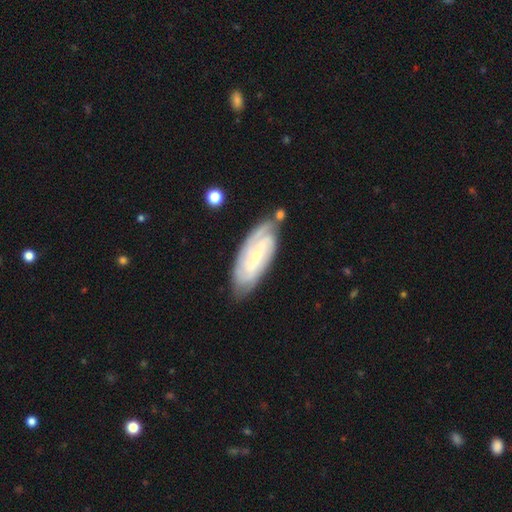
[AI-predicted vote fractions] Smooth or featured? featured or disk (79%)
Edge-on disk? no (91%)
Bar? no (47%)
Spiral arms? yes (94%)
Spiral winding? tight (65%)
Spiral arm count? 2 (34%)
Bulge size? small (74%)
Merging? none (70%)